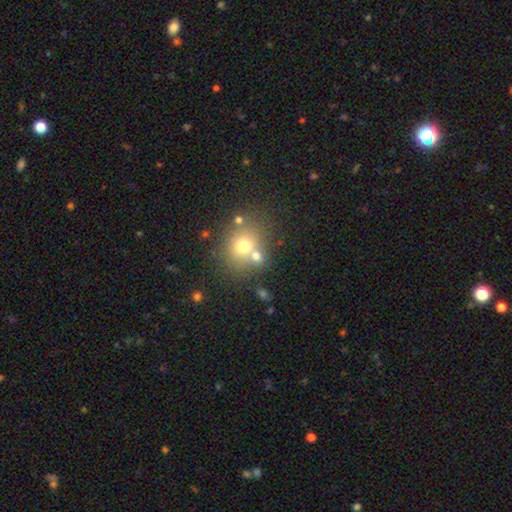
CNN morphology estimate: Overall: smooth (68%). How rounded: round (68%; in between 31%). Merging: none (52%; merger 33%).